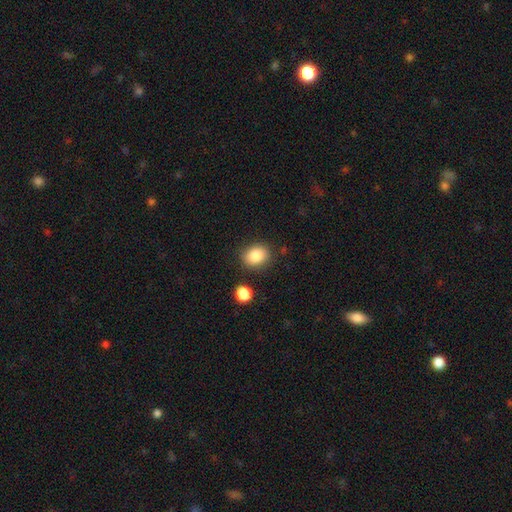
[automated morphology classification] Smooth or featured? Predicted: smooth (p=0.86). How rounded? Predicted: round (p=0.50). Merging? Predicted: none (p=0.84).